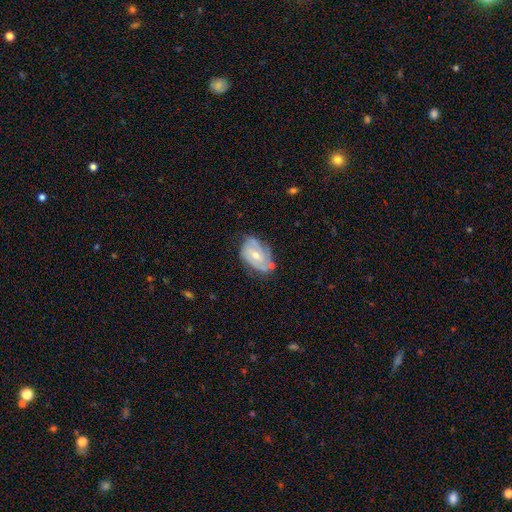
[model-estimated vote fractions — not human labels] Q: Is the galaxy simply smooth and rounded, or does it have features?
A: featured or disk — 64%.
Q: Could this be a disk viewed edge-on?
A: no — 96%.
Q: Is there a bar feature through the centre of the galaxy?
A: no — 56%.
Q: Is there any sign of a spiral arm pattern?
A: yes — 73%.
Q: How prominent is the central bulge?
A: small — 49%.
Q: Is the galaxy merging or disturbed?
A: none — 48%.